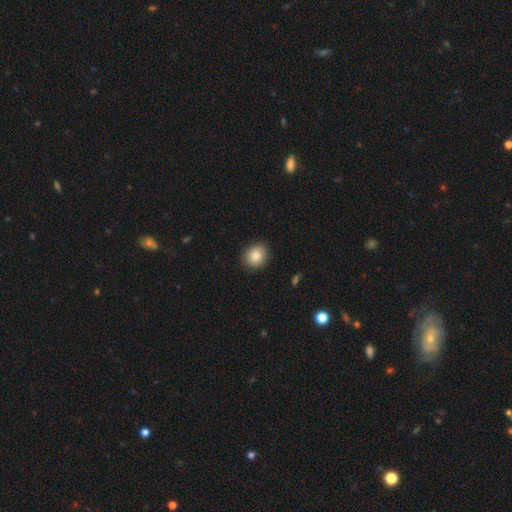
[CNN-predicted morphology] This appears to be a smooth galaxy with no disk features (87%) that is round (66%). Merging: none (88%).